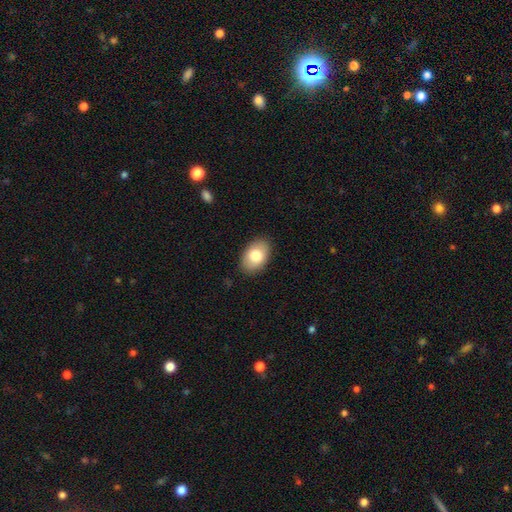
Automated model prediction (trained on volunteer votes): Morphology: type=smooth (81%); roundness=in between (89%); merging=none (87%).